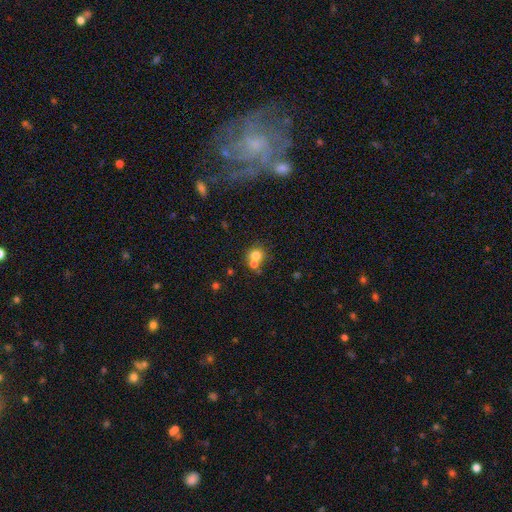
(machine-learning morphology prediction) A smooth galaxy with no disk features (74%) that is round (83%).

Vote fractions:
- Smooth or featured? smooth: 74% / featured or disk: 13% / star or artifact: 13%
- How rounded? round: 83% / in between: 16% / cigar-shaped: 1%
- Merging? merger: 46% / none: 43% / minor disturbance: 7% / major disturbance: 3%